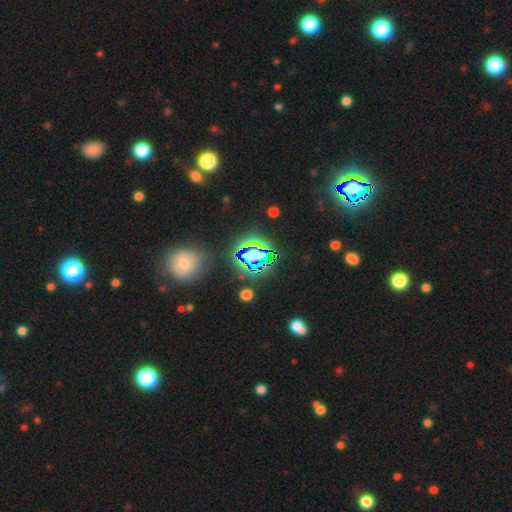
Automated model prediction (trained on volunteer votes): This is likely a star or artifact rather than a galaxy (64%).